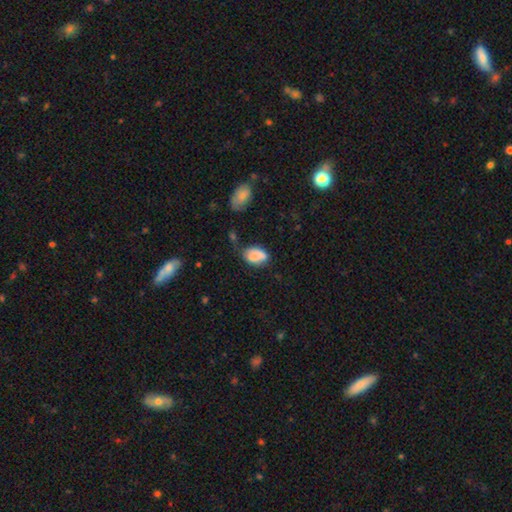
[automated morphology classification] Smooth or featured: smooth — 78% (featured or disk — 14%)
How rounded: in between — 88% (round — 10%)
Merging: none — 43% (minor disturbance — 31%)